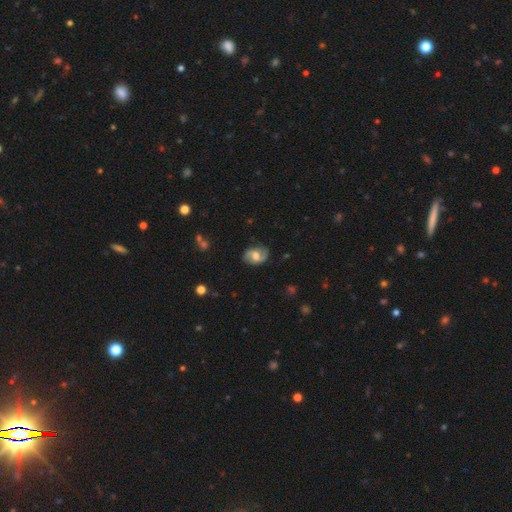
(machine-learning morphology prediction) type=featured or disk (62%); edge-on=no (96%); bar=weak (47%); spiral arms=yes (86%); winding=medium (42%); arm count=2 (87%); bulge=moderate (65%); merging=none (77%).